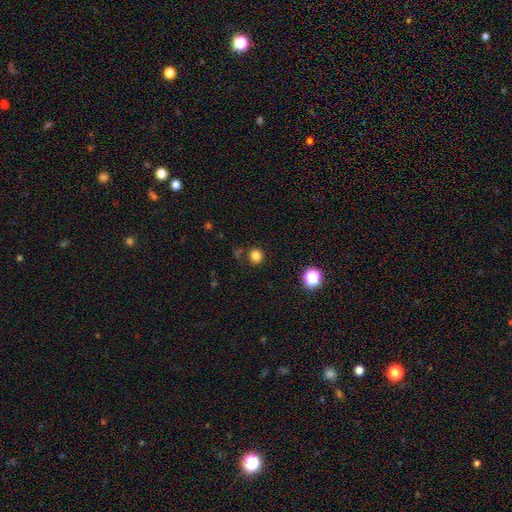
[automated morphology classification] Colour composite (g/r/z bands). It shows a smooth galaxy with no disk features (81%) that is round (90%). Merging: none (85%).